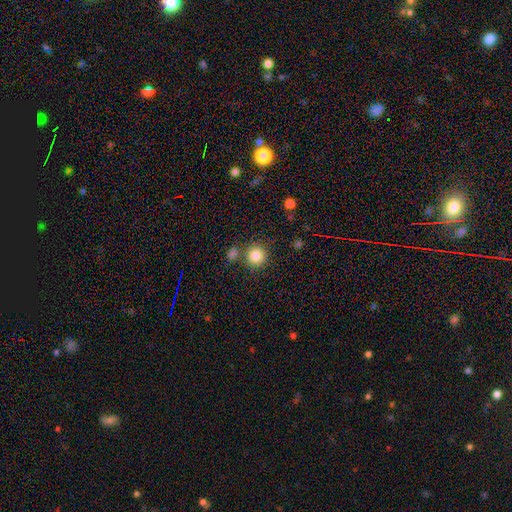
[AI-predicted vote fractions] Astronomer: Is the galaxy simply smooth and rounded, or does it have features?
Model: smooth — 85%.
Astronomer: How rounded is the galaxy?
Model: round — 92%.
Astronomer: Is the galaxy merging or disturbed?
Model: none — 79%.